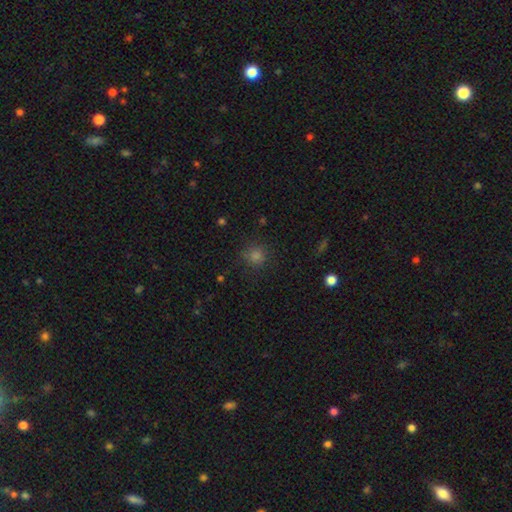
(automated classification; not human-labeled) Smooth or featured? Predicted: smooth (p=0.72). How rounded? Predicted: round (p=0.91). Merging? Predicted: none (p=0.84).